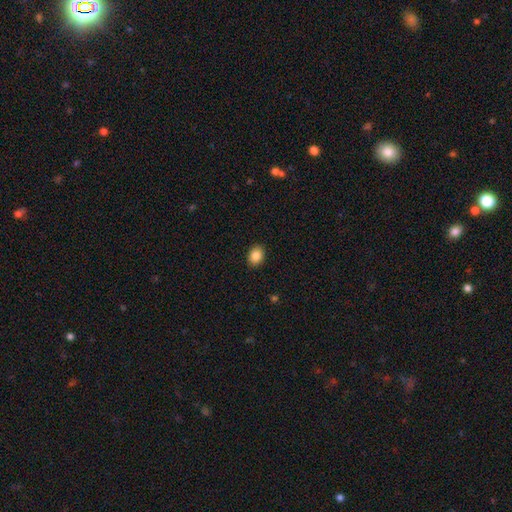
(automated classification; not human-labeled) Morphology: type=smooth (86%); roundness=in between (64%); merging=none (90%).